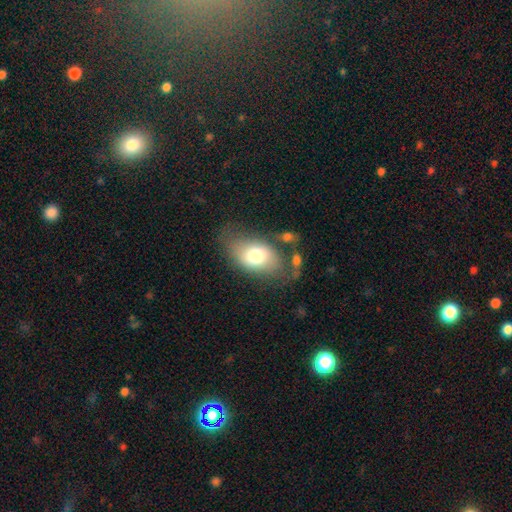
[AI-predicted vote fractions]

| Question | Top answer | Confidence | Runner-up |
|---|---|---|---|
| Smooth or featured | smooth | 69% | featured or disk (23%) |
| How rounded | in between | 88% | round (11%) |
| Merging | none | 58% | minor disturbance (22%) |